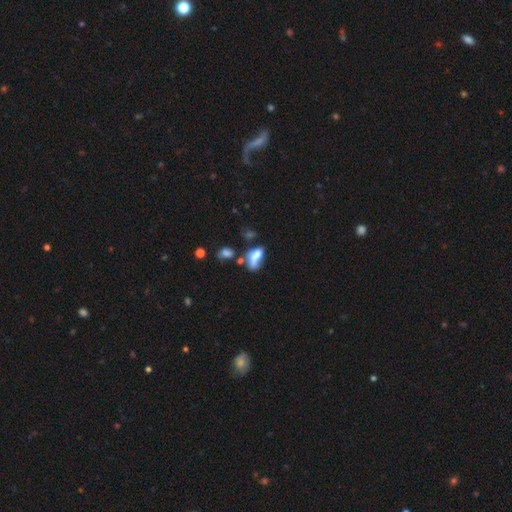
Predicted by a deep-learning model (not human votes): A smooth galaxy with no disk features (64%) that is in between round and cigar-shaped (78%). Merging: merger (32%).